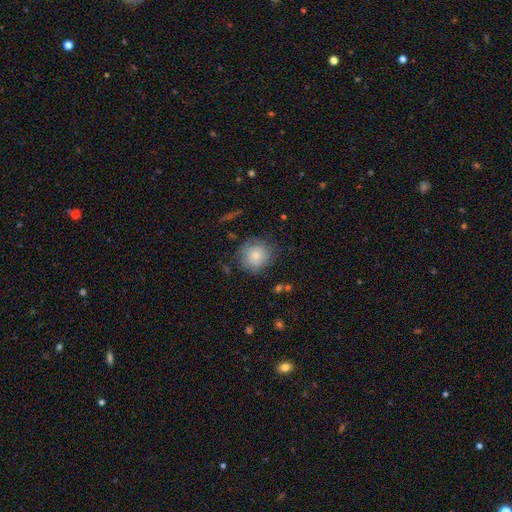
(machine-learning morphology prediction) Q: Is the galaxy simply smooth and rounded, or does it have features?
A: smooth — 63%.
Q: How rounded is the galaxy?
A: round — 87%.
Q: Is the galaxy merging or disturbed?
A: none — 69%.